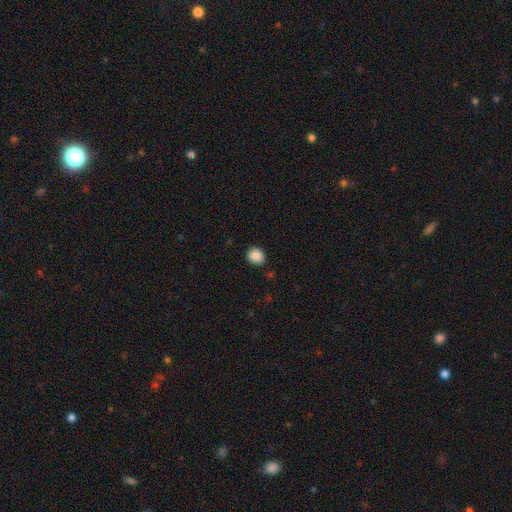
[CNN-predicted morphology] smooth 88%, star or artifact 9%, featured or disk 3%. Down the decision tree: how rounded — round (71%); merging — none (86%).